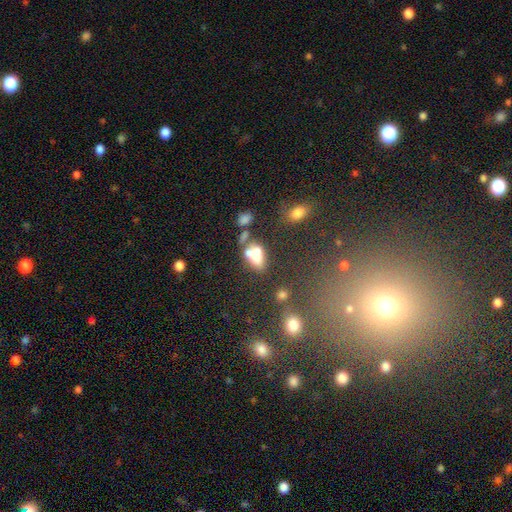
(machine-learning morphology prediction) Q: Smooth or featured?
A: smooth (67%); runner-up: featured or disk (21%)
Q: How rounded?
A: in between (84%); runner-up: round (13%)
Q: Merging?
A: merger (42%); runner-up: none (34%)